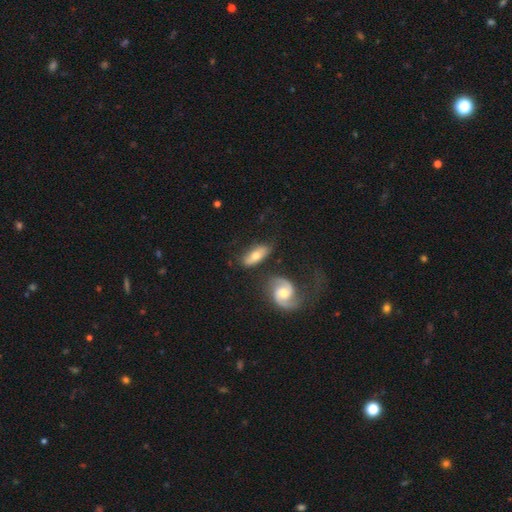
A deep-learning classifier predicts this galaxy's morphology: Overall: smooth (49%; featured or disk 44%). Merging: none (68%).